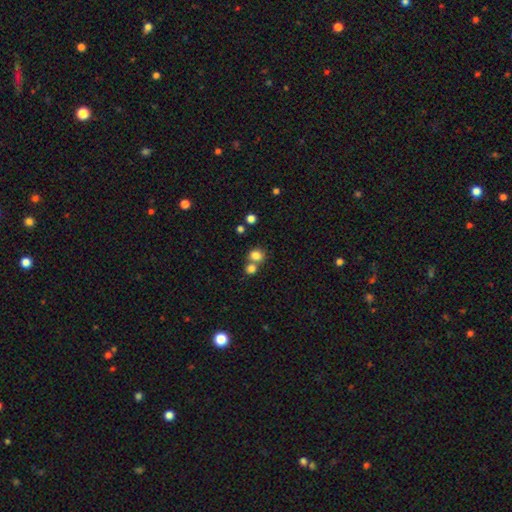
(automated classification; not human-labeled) Smooth or featured? Predicted: smooth (p=0.81). How rounded? Predicted: round (p=0.68). Merging? Predicted: none (p=0.45).